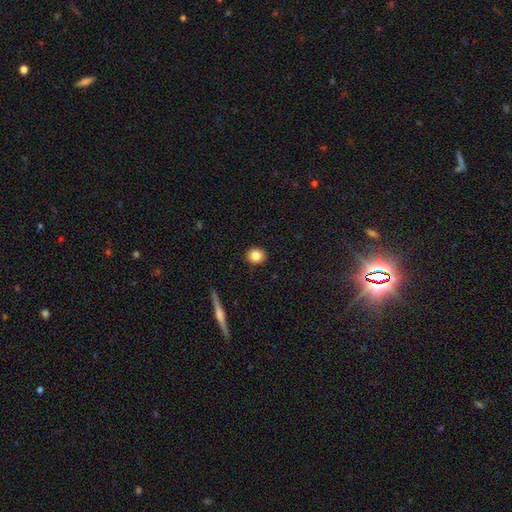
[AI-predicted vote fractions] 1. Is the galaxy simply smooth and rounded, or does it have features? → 83% smooth, 9% star or artifact, 8% featured or disk.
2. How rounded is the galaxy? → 78% round, 21% in between, 1% cigar-shaped.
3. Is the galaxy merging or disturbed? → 91% none, 6% minor disturbance, 2% major disturbance, 1% merger.